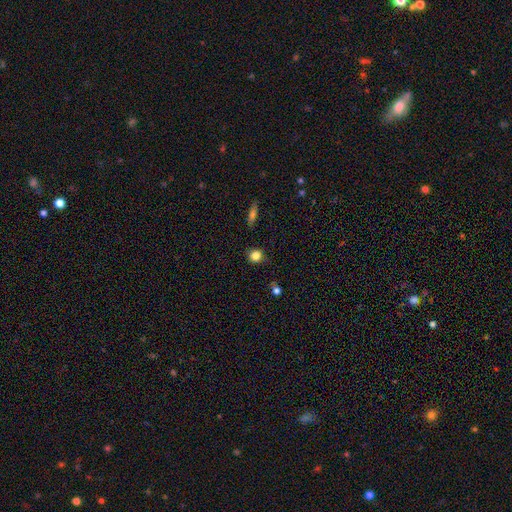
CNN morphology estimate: A smooth galaxy with no disk features (83%) that is round (89%).

Vote fractions:
- Smooth or featured? smooth: 83% / star or artifact: 11% / featured or disk: 6%
- How rounded? round: 89% / in between: 10% / cigar-shaped: 1%
- Merging? none: 85% / minor disturbance: 11% / major disturbance: 3% / merger: 2%